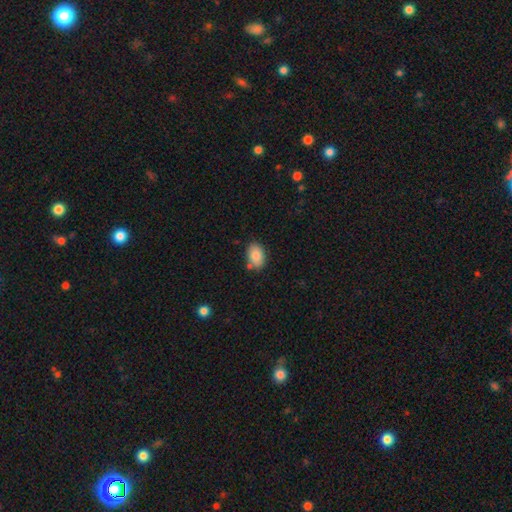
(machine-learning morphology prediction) A smooth galaxy with no disk features (84%) that is in between round and cigar-shaped (85%).

Vote fractions:
- Smooth or featured? smooth: 84% / featured or disk: 8% / star or artifact: 8%
- How rounded? in between: 85% / round: 14% / cigar-shaped: 1%
- Merging? none: 75% / minor disturbance: 15% / merger: 7% / major disturbance: 3%